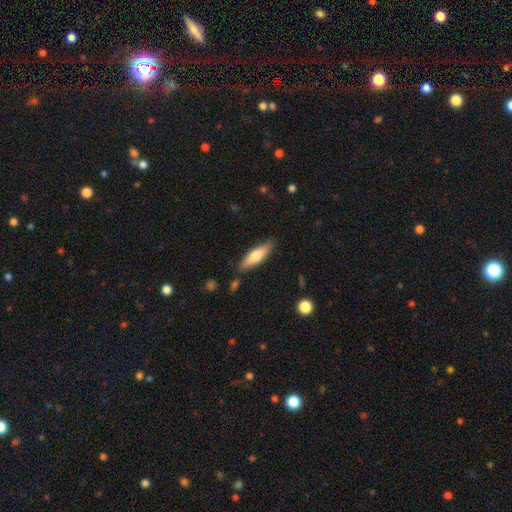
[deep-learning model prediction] This is likely a smooth galaxy (62%). How rounded: likely cigar-shaped (62%). Merging: clearly none (83%).